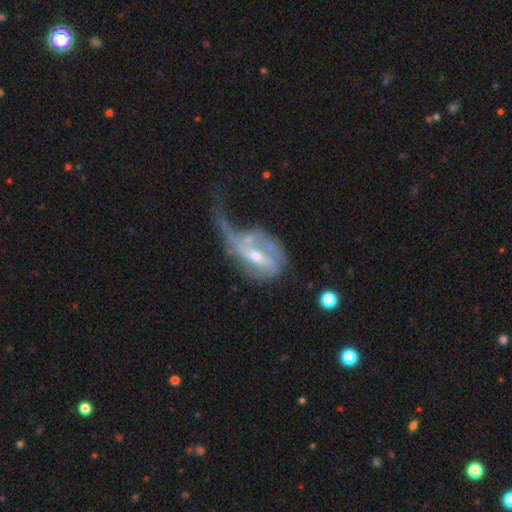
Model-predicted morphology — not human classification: smooth_or_featured: featured or disk (p=0.73) [alt: smooth p=0.19]
disk_edge_on: no (p=0.92) [alt: yes p=0.08]
bar: weak (p=0.41) [alt: no p=0.34]
has_spiral_arms: yes (p=0.70) [alt: no p=0.30]
bulge_size: small (p=0.47) [alt: moderate p=0.46]
merging: major disturbance (p=0.57) [alt: merger p=0.16]